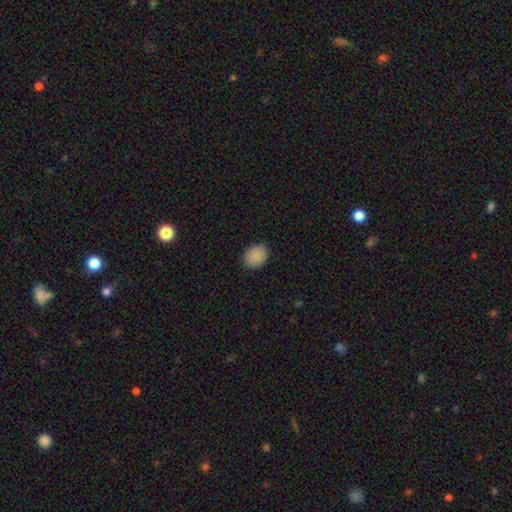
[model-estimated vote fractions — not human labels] smooth-or-featured: smooth: 89% | star or artifact: 9% | featured or disk: 3%
  how-rounded: in between: 59% | round: 40% | cigar-shaped: 1%
  merging: none: 87% | minor disturbance: 10% | major disturbance: 2% | merger: 1%